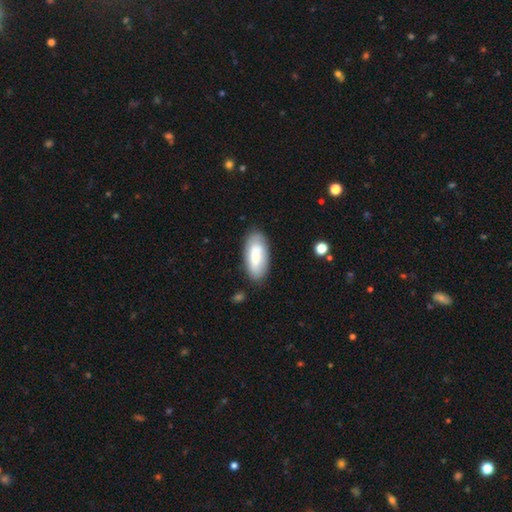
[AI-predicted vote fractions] smooth-or-featured: smooth: 74% | featured or disk: 20% | star or artifact: 6%
  how-rounded: in between: 88% | cigar-shaped: 10% | round: 2%
  merging: none: 81% | minor disturbance: 14% | major disturbance: 3% | merger: 2%